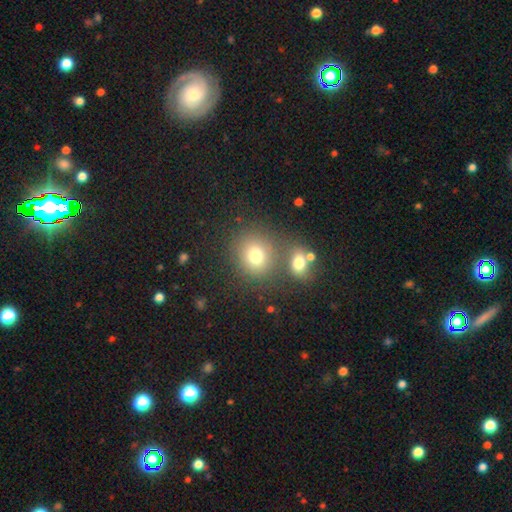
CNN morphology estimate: A smooth galaxy with no disk features (75%) that is round (80%).

Vote fractions:
- Smooth or featured? smooth: 75% / star or artifact: 14% / featured or disk: 11%
- How rounded? round: 80% / in between: 19% / cigar-shaped: 1%
- Merging? none: 60% / merger: 26% / minor disturbance: 9% / major disturbance: 5%